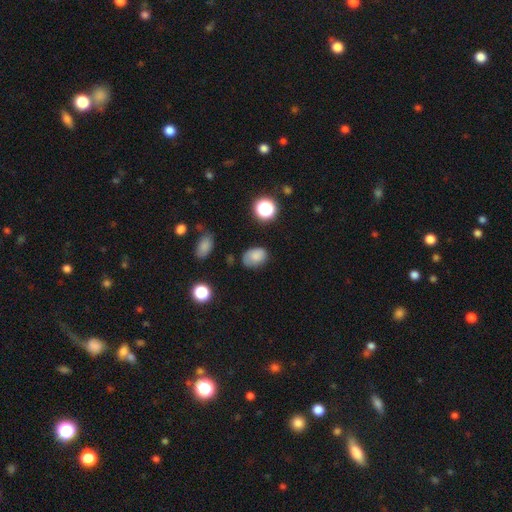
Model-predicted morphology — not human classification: The model was most divided on "merging": none: 64%, minor disturbance: 25%, major disturbance: 8%, merger: 3%. More confident: smooth or featured — smooth (78%); how rounded — in between (73%).